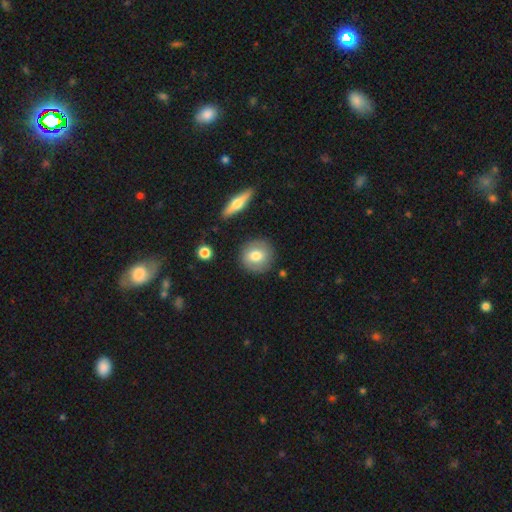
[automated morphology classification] Overall: smooth (73%). How rounded: round (87%). Merging: none (86%).